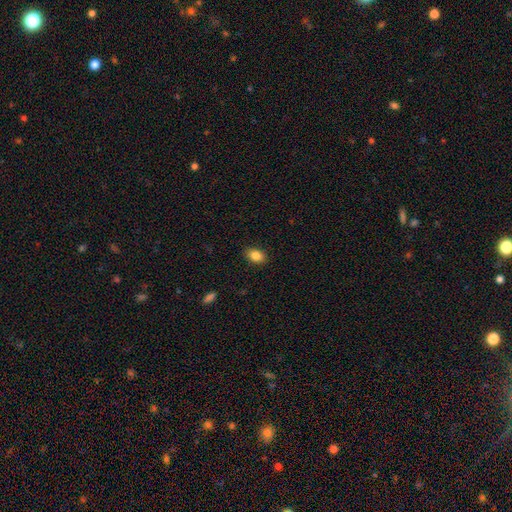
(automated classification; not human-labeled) Q: Smooth or featured?
A: smooth (85%); runner-up: star or artifact (9%)
Q: How rounded?
A: in between (84%); runner-up: round (15%)
Q: Merging?
A: none (89%); runner-up: minor disturbance (8%)